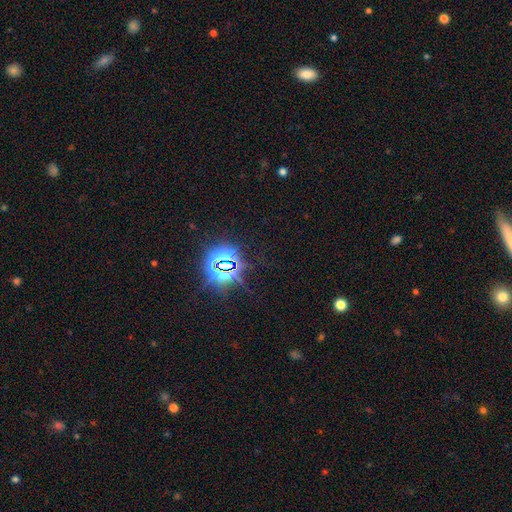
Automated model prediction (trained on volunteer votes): Smooth or featured? star or artifact (77%)